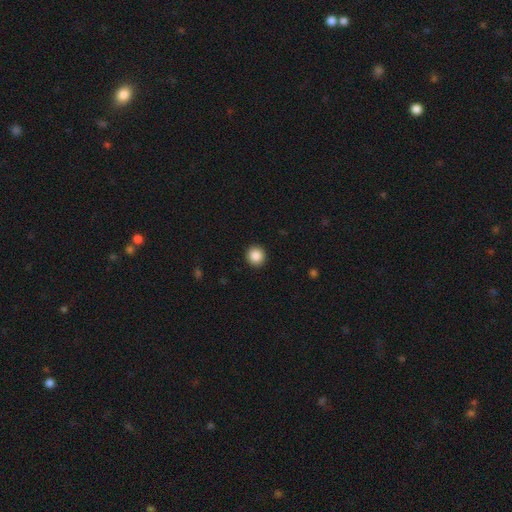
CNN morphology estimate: A smooth galaxy with no disk features (88%) that is round (93%). Merging: none (93%).